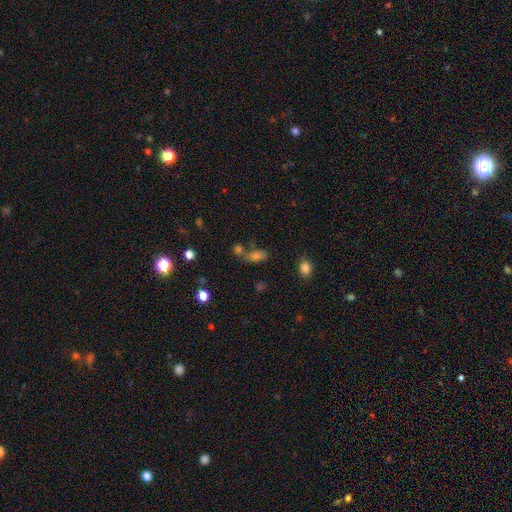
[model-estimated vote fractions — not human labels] smooth 69%, star or artifact 18%, featured or disk 12%. Down the decision tree: how rounded — in between (76%); merging — none (53%).